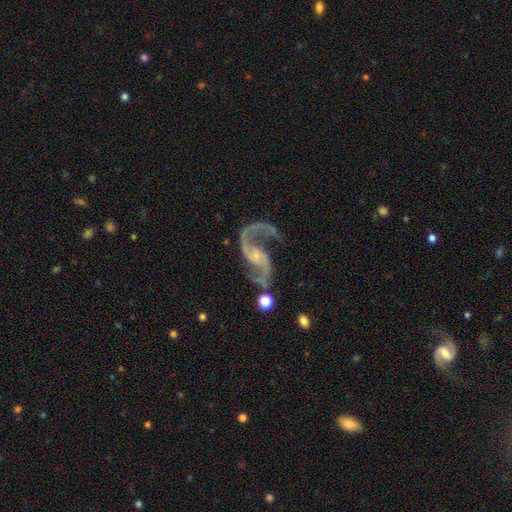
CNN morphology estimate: smooth_or_featured: featured or disk (p=0.93) [alt: star or artifact p=0.05]
disk_edge_on: no (p=0.98) [alt: yes p=0.02]
bar: no (p=0.48) [alt: weak p=0.39]
has_spiral_arms: yes (p=0.98) [alt: no p=0.02]
spiral_winding: loose (p=0.50) [alt: medium p=0.42]
spiral_arm_count: 2 (p=0.93) [alt: 1 p=0.02]
bulge_size: small (p=0.58) [alt: moderate p=0.20]
merging: none (p=0.68) [alt: minor disturbance p=0.16]